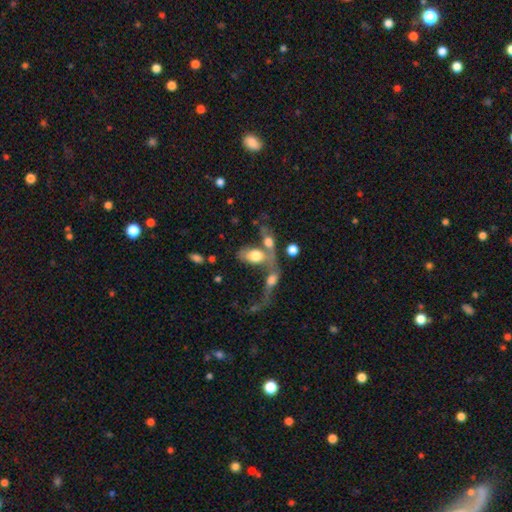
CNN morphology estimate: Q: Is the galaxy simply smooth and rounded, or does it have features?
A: smooth — 63%.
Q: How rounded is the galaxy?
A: in between — 86%.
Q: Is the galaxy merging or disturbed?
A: merger — 63%.